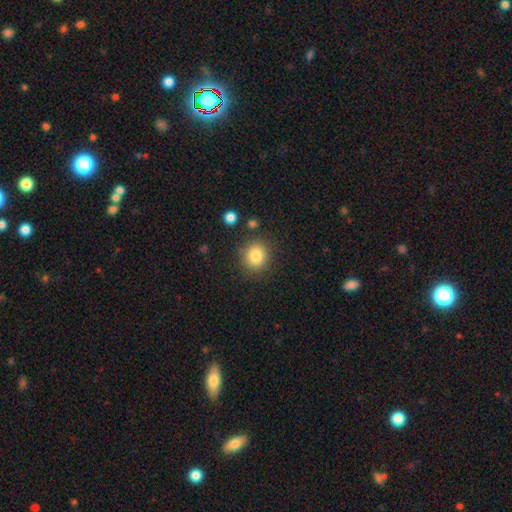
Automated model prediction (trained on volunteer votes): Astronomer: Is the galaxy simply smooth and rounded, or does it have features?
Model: smooth — 84%.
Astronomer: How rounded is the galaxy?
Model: round — 85%.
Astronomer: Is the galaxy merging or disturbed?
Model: none — 85%.